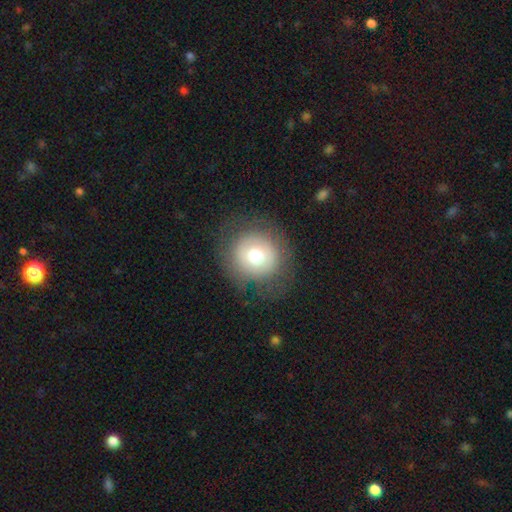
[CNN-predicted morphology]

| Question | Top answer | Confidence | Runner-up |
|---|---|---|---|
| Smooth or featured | smooth | 65% | featured or disk (23%) |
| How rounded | round | 92% | in between (7%) |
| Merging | none | 78% | minor disturbance (12%) |